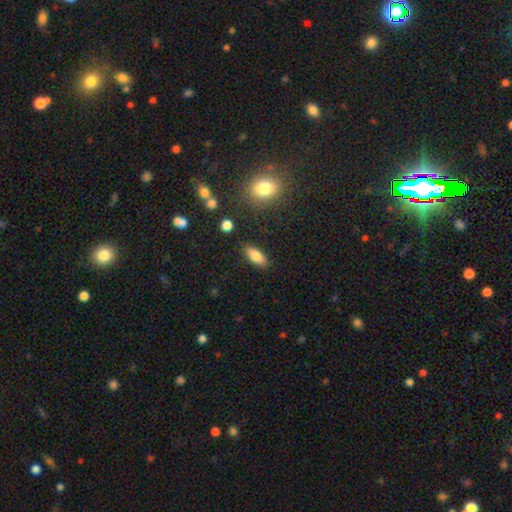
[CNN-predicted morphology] Smooth or featured? Predicted: smooth (p=0.82). How rounded? Predicted: in between (p=0.83). Merging? Predicted: none (p=0.86).